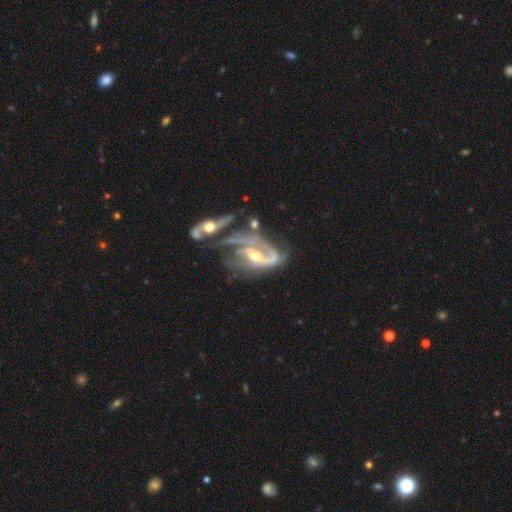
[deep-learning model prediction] smooth-or-featured: featured or disk: 84% | smooth: 8% | star or artifact: 8%
  disk-edge-on: no: 96% | yes: 4%
    bar: no: 45% | weak: 36% | strong: 19%
    has-spiral-arms: yes: 85% | no: 15%
      spiral-winding: medium: 39% | loose: 36% | tight: 25%
      spiral-arm-count: 2: 46% | can't tell: 25% | 1: 13% | 3: 10% | 4: 3% | more than 4: 3%
    bulge-size: moderate: 61% | small: 31% | large: 4% | none: 2% | dominant: 1%
  merging: merger: 42% | major disturbance: 31% | none: 15% | minor disturbance: 12%